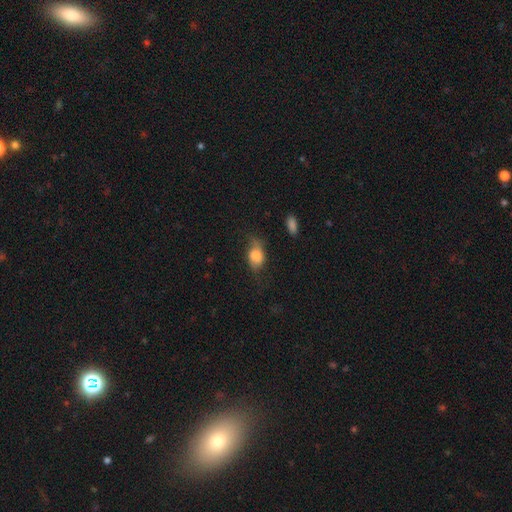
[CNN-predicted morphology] Overall: smooth (76%). How rounded: in between (81%). Merging: none (44%; minor disturbance 34%).